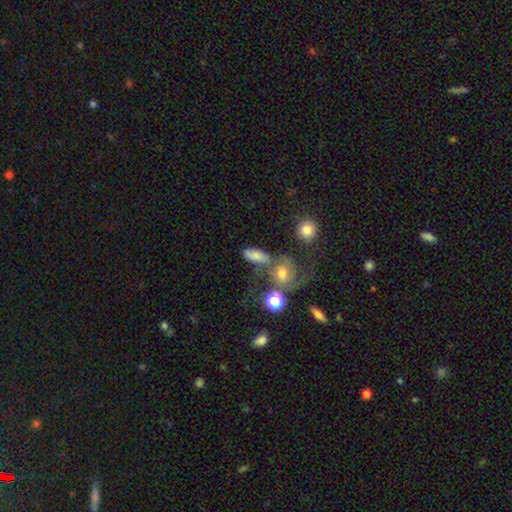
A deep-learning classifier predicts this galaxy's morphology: type=smooth (70%); roundness=in between (74%); merging=none (39%).